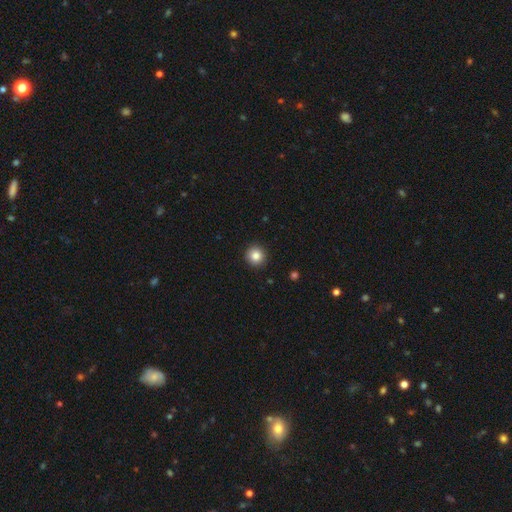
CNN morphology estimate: Smooth or featured?
  - smooth: 85% *
  - star or artifact: 10%
  - featured or disk: 5%
How rounded?
  - round: 95% *
  - in between: 4%
  - cigar-shaped: 1%
Merging?
  - none: 92% *
  - minor disturbance: 5%
  - major disturbance: 2%
  - merger: 1%